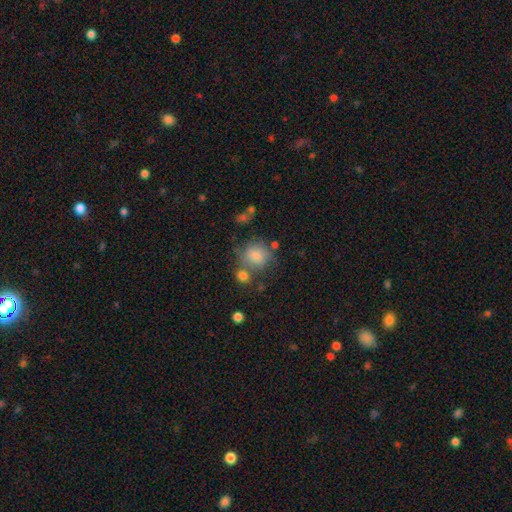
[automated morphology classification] type=smooth (76%); roundness=round (78%); merging=none (58%).